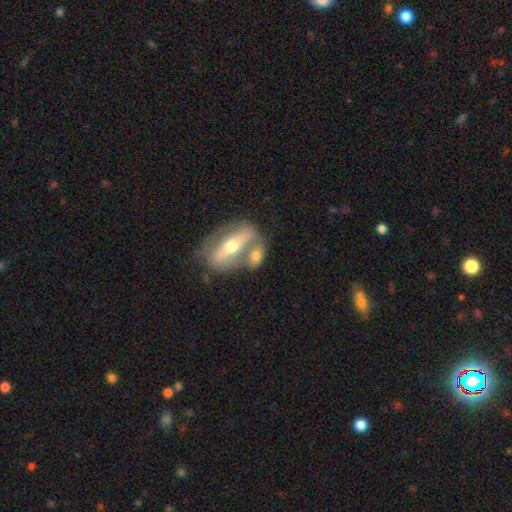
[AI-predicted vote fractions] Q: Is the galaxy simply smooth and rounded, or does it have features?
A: featured or disk — 50%.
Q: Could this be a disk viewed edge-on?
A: no — 66%.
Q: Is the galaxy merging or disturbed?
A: merger — 43%.